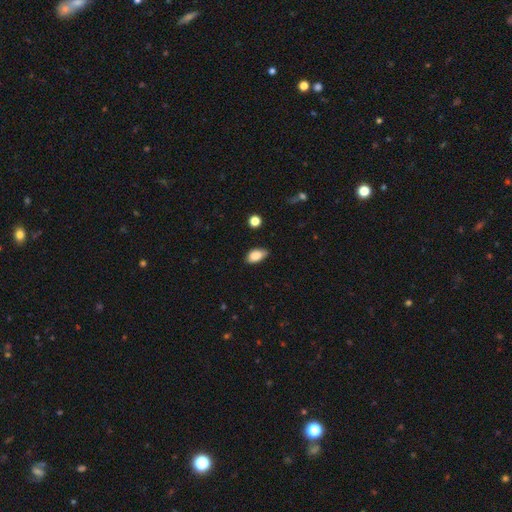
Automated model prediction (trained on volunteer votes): smooth-or-featured: smooth: 87% | star or artifact: 8% | featured or disk: 6%
  how-rounded: in between: 92% | round: 6% | cigar-shaped: 2%
  merging: none: 74% | minor disturbance: 21% | major disturbance: 3% | merger: 1%